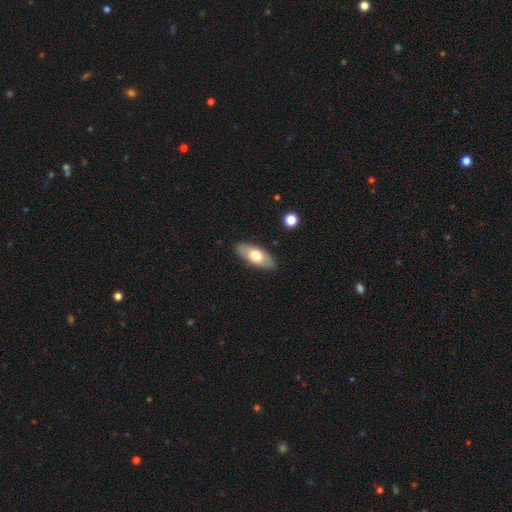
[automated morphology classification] smooth 64%, featured or disk 30%, star or artifact 6%. Down the decision tree: how rounded — in between (84%); merging — none (87%).